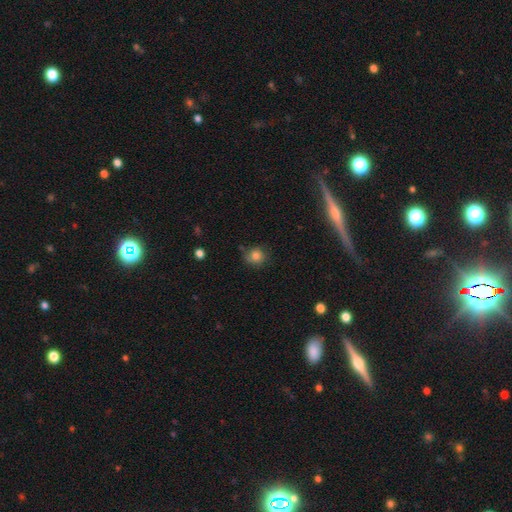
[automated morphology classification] Smooth or featured? smooth (82%)
How rounded? round (85%)
Merging? none (71%)